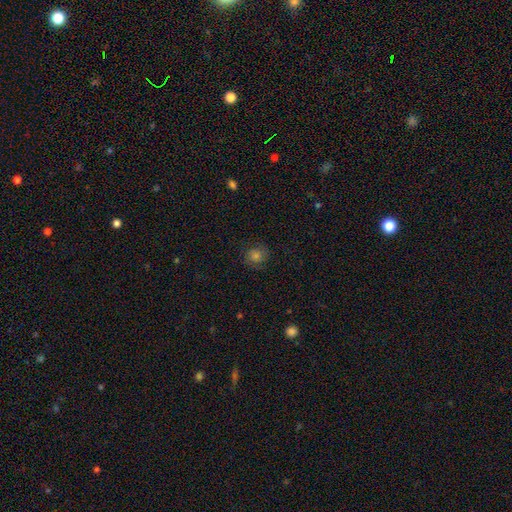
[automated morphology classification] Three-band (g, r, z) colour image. It shows a smooth galaxy with no disk features (65%) that is round (84%). Merging: none (80%).